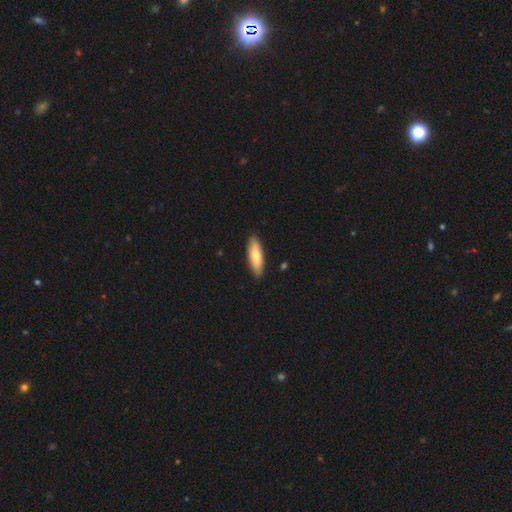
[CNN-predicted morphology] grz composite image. It shows a smooth galaxy with no disk features (71%) that is in between round and cigar-shaped (51%). Merging: none (88%).